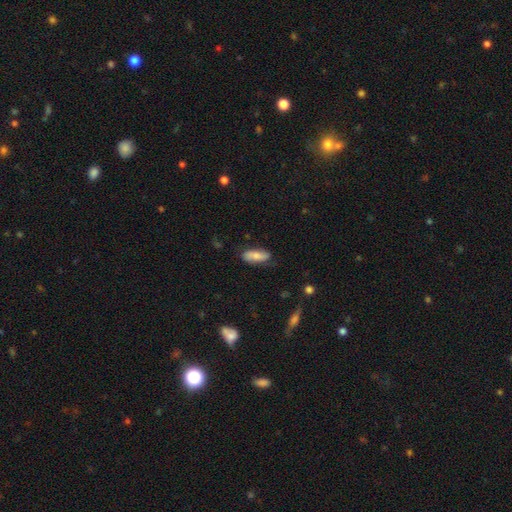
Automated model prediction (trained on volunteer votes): Smooth or featured? Predicted: smooth (p=0.67). How rounded? Predicted: in between (p=0.73). Merging? Predicted: none (p=0.75).